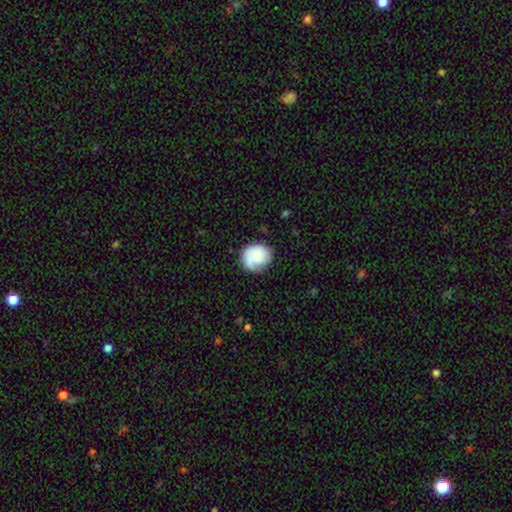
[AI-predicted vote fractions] Smooth or featured?
  - smooth: 61% *
  - featured or disk: 32%
  - star or artifact: 7%
How rounded?
  - round: 72% *
  - in between: 27%
  - cigar-shaped: 1%
Merging?
  - none: 63% *
  - minor disturbance: 24%
  - major disturbance: 11%
  - merger: 3%